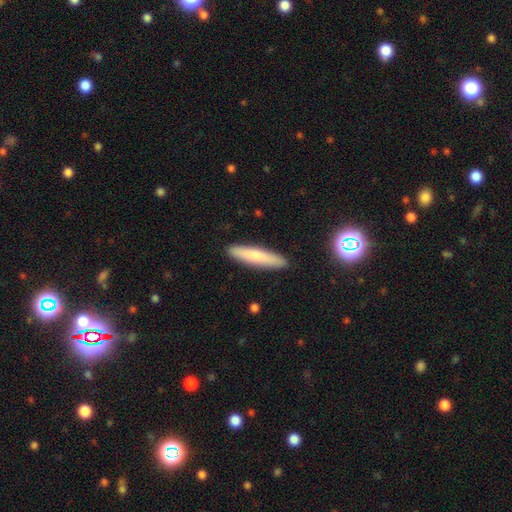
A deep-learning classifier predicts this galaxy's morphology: A smooth galaxy with no disk features (69%) that is cigar-shaped (88%).

Vote fractions:
- Smooth or featured? smooth: 69% / featured or disk: 24% / star or artifact: 7%
- How rounded? cigar-shaped: 88% / in between: 11% / round: 2%
- Merging? none: 90% / minor disturbance: 7% / major disturbance: 2% / merger: 1%